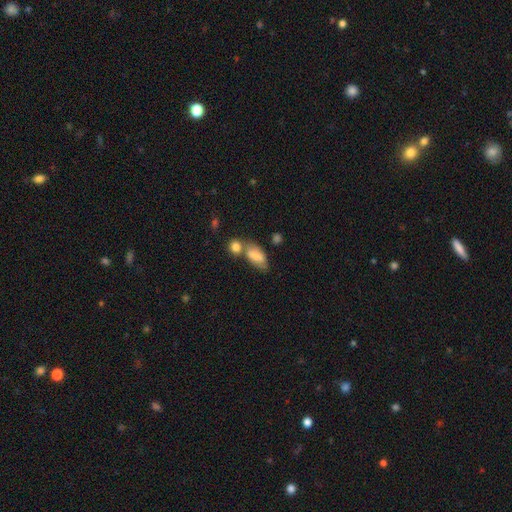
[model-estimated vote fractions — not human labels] Q: Smooth or featured?
A: smooth (77%); runner-up: featured or disk (14%)
Q: How rounded?
A: in between (86%); runner-up: cigar-shaped (9%)
Q: Merging?
A: none (38%); runner-up: merger (37%)